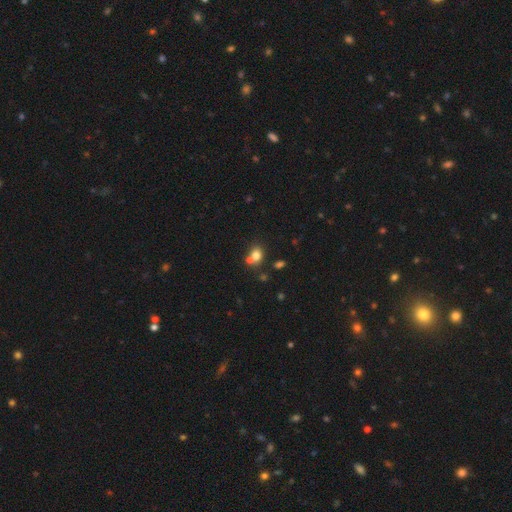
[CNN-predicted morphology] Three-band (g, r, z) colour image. It shows a smooth galaxy with no disk features (75%) that is round (58%). Merging: none (51%).